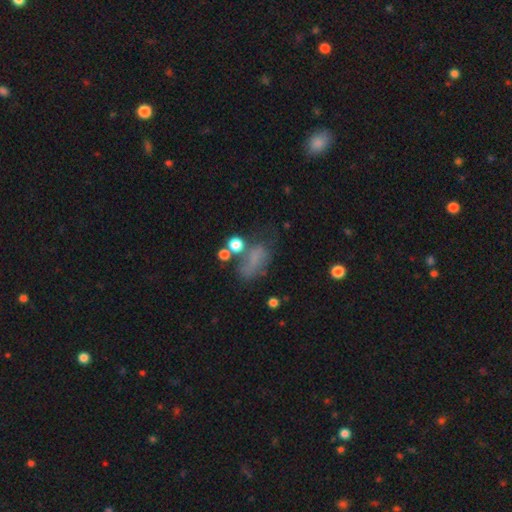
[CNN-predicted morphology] type=smooth (55%); roundness=in between (77%); merging=none (32%, tied with major disturbance).